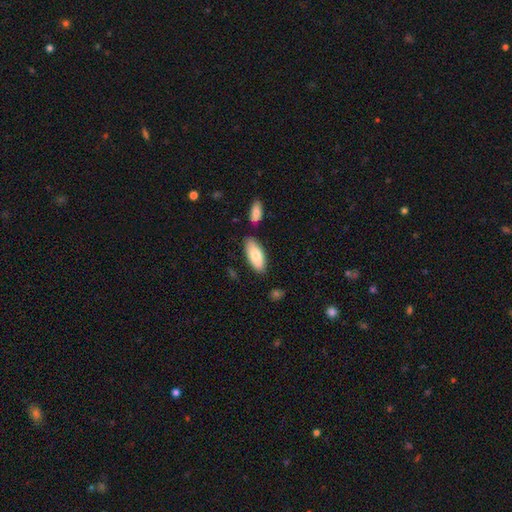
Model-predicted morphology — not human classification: Overall: smooth (81%). How rounded: in between (84%). Merging: none (80%).